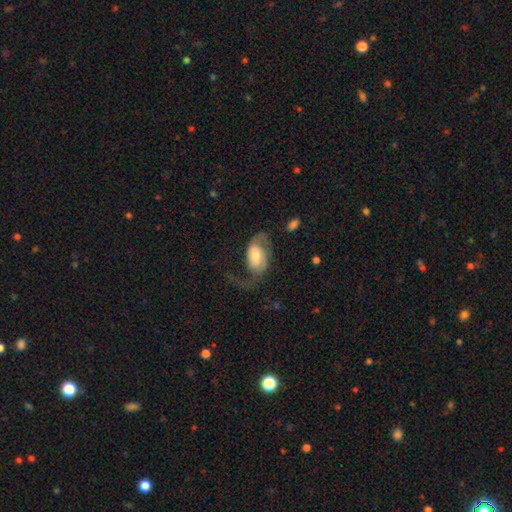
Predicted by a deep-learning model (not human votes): Smooth or featured? featured or disk (65%)
Edge-on disk? no (96%)
Bar? no (45%)
Spiral arms? yes (88%)
Spiral winding? loose (66%)
Spiral arm count? 2 (63%)
Bulge size? moderate (49%)
Merging? major disturbance (46%)